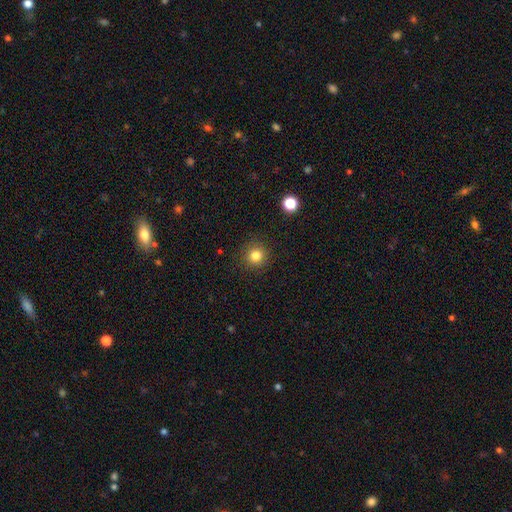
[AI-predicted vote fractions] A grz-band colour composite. It shows a smooth galaxy with no disk features (82%) that is round (94%). Merging: none (91%).